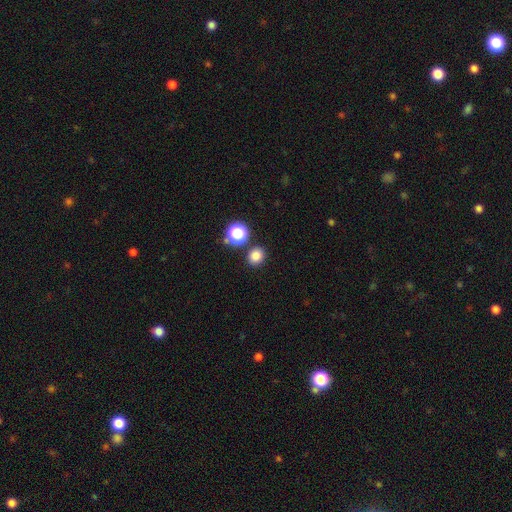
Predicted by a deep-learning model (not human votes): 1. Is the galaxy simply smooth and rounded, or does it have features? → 81% smooth, 15% star or artifact, 4% featured or disk.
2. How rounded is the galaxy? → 74% round, 25% in between, 1% cigar-shaped.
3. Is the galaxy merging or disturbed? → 84% none, 7% minor disturbance, 6% merger, 2% major disturbance.